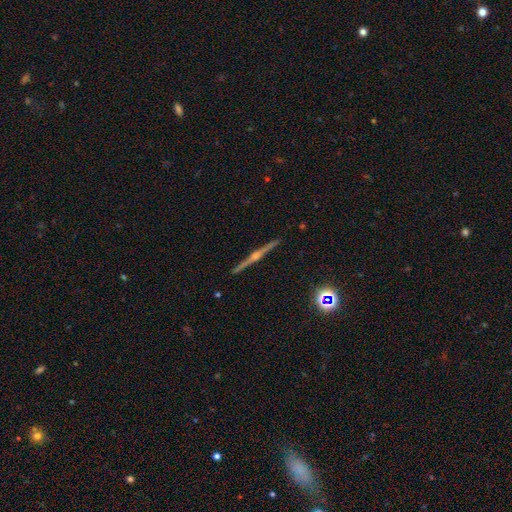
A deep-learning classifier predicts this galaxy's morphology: Overall: featured or disk (86%). Edge-on disk: yes (99%). Edge-on bulge: rounded (91%). Merging: none (93%).